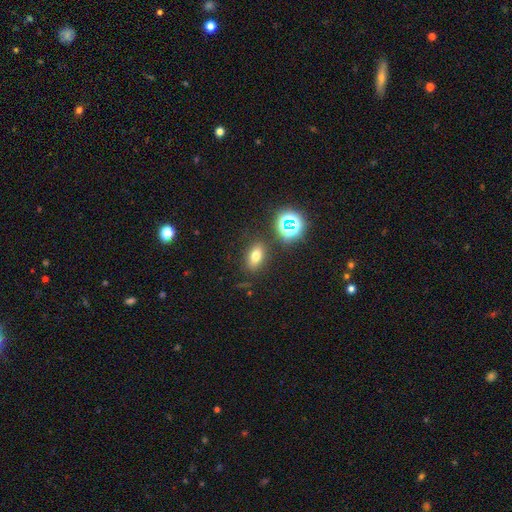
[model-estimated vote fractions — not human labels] Overall: smooth (66%). How rounded: in between (76%). Merging: none (83%).